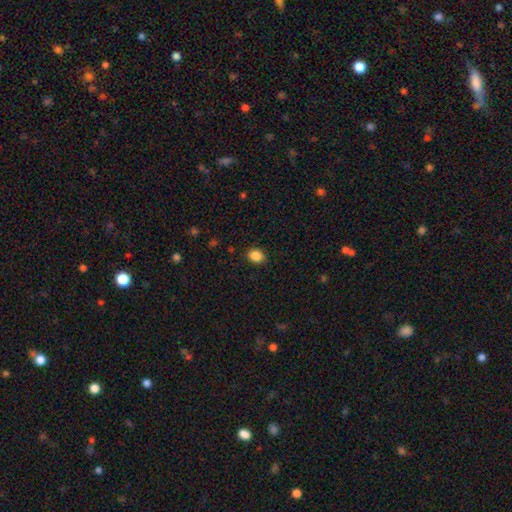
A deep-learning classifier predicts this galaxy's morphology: This is clearly a smooth galaxy (87%). How rounded: possibly round (53%). Merging: clearly none (88%).